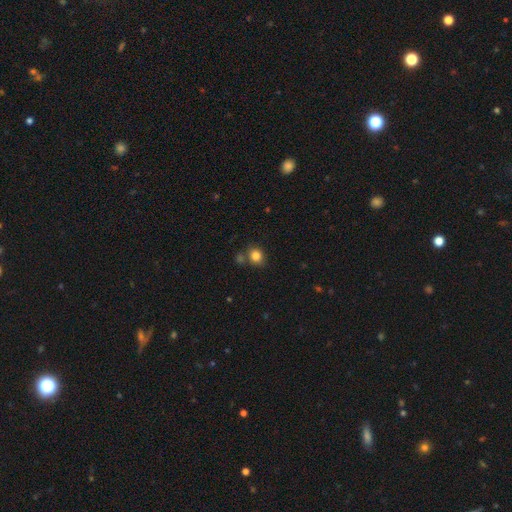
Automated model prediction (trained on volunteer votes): Smooth or featured? Predicted: smooth (p=0.83). How rounded? Predicted: round (p=0.69). Merging? Predicted: none (p=0.71).